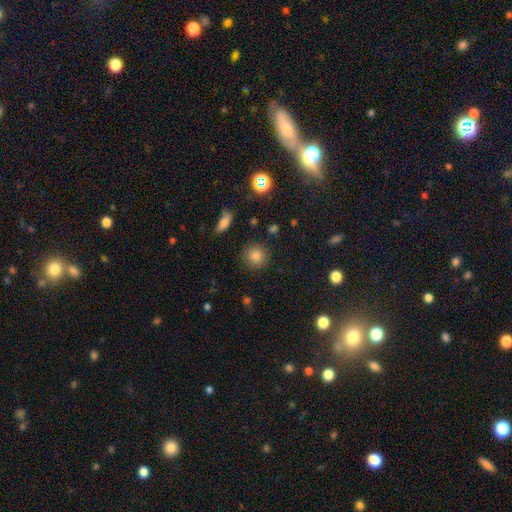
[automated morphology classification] Smooth or featured? smooth (82%)
How rounded? round (91%)
Merging? none (87%)